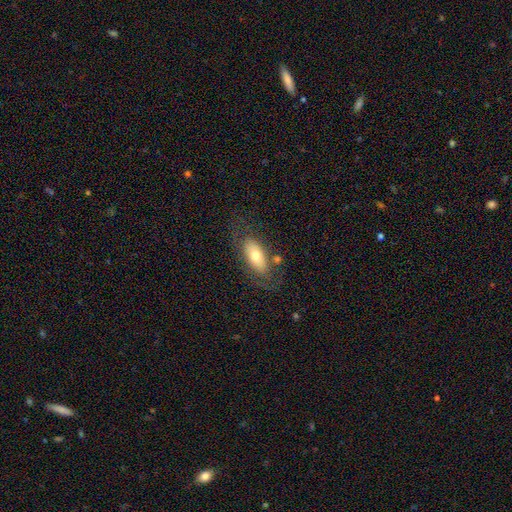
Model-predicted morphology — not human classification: Smooth or featured: smooth — 63% (featured or disk — 30%)
How rounded: in between — 87% (cigar-shaped — 10%)
Merging: none — 70% (minor disturbance — 17%)